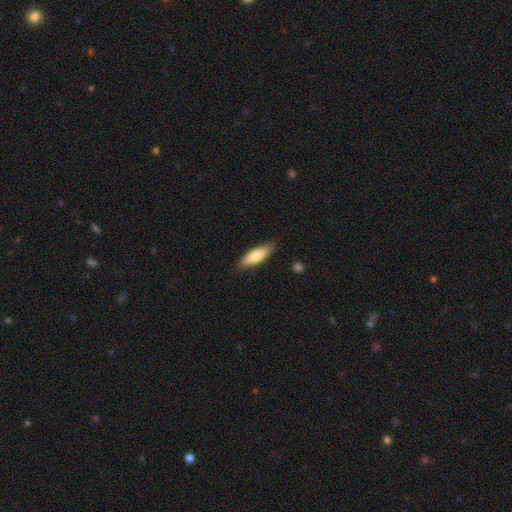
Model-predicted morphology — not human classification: Overall: smooth (72%). How rounded: cigar-shaped (49%, tied with in between). Merging: none (86%).